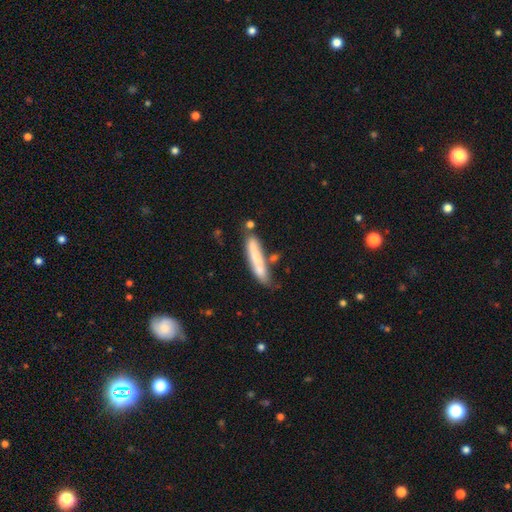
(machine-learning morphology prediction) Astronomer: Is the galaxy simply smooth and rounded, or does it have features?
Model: smooth — 68%.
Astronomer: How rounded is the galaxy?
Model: cigar-shaped — 87%.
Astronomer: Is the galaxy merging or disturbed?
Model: none — 52%.